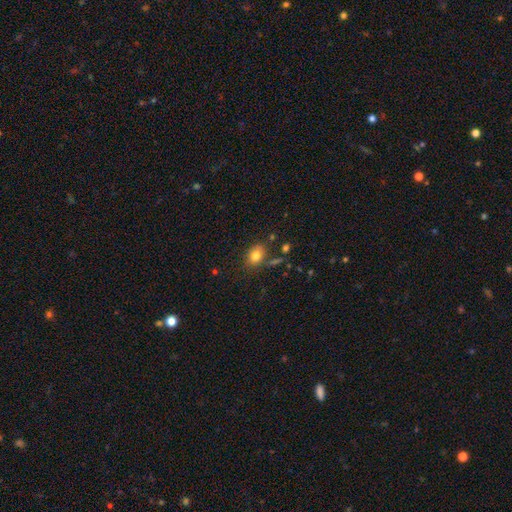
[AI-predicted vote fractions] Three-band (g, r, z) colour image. It shows a smooth galaxy with no disk features (79%) that is in between round and cigar-shaped (65%). Merging: none (73%).